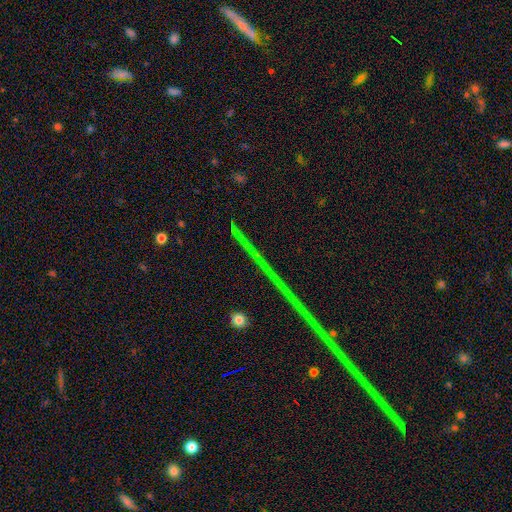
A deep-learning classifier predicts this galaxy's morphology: Smooth or featured?
  - star or artifact: 83% *
  - featured or disk: 9%
  - smooth: 7%